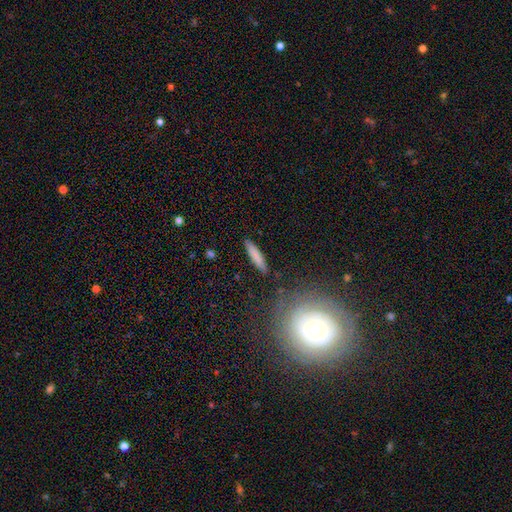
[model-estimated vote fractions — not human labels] smooth-or-featured: smooth: 80% | featured or disk: 13% | star or artifact: 7%
  how-rounded: cigar-shaped: 87% | in between: 12% | round: 1%
  merging: none: 88% | minor disturbance: 8% | major disturbance: 2% | merger: 2%